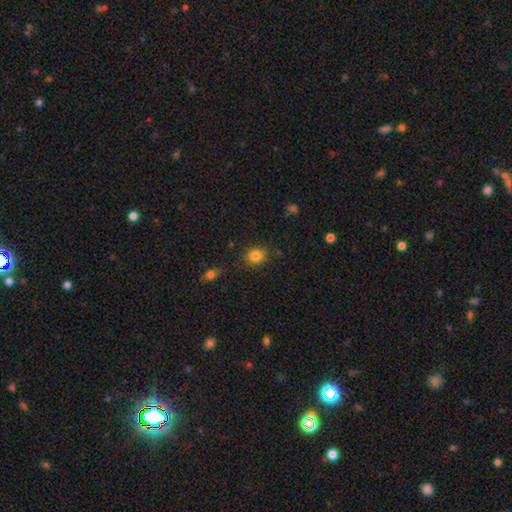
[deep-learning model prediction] The model was most divided on "how rounded": round: 77%, in between: 22%, cigar-shaped: 1%. More confident: smooth or featured — smooth (83%); merging — none (83%).